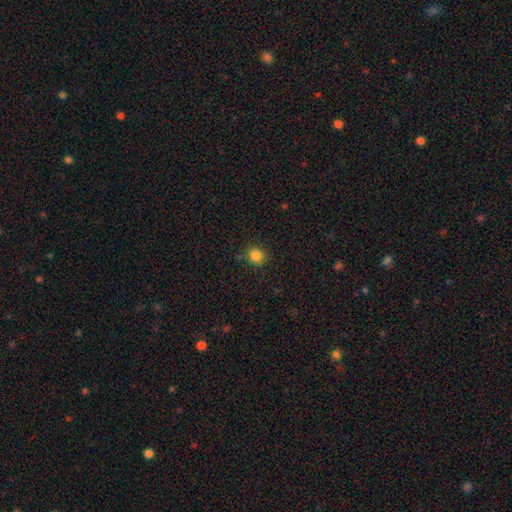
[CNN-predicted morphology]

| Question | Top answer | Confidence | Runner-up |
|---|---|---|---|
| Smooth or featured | smooth | 84% | star or artifact (12%) |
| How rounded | round | 89% | in between (10%) |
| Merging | none | 86% | minor disturbance (9%) |